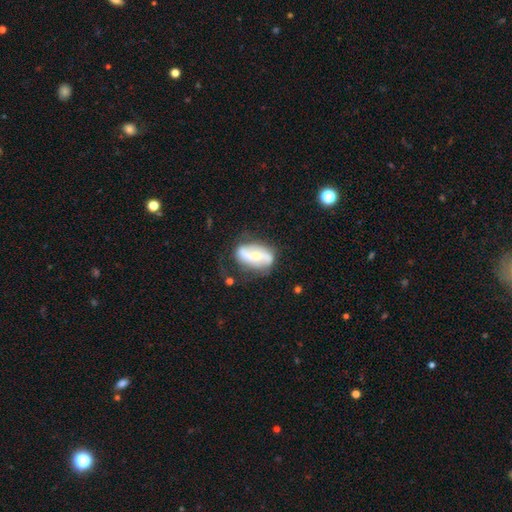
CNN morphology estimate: Smooth or featured?
  - featured or disk: 73% *
  - smooth: 21%
  - star or artifact: 6%
Edge-on disk?
  - no: 93% *
  - yes: 7%
Bar?
  - strong: 39% *
  - no: 35%
  - weak: 26%
Spiral arms?
  - yes: 83% *
  - no: 17%
Spiral winding?
  - loose: 60% *
  - medium: 27%
  - tight: 13%
Spiral arm count?
  - 2: 87% *
  - can't tell: 7%
  - 1: 2%
  - 3: 1%
  - 4: 1%
  - more than 4: 1%
Bulge size?
  - moderate: 49% *
  - small: 46%
  - large: 3%
  - none: 1%
  - dominant: 1%
Merging?
  - none: 66% *
  - minor disturbance: 21%
  - major disturbance: 10%
  - merger: 3%